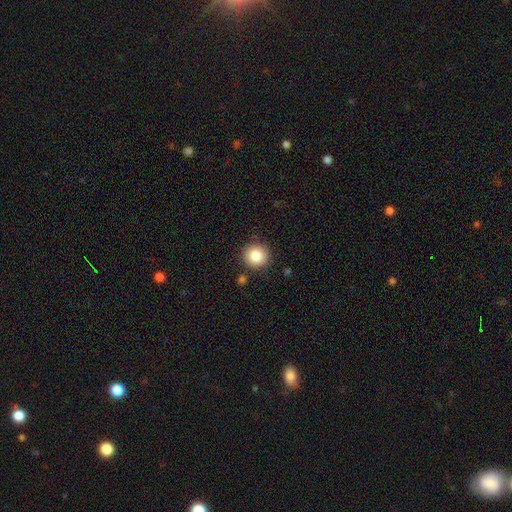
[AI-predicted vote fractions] Overall: smooth (83%). How rounded: round (93%). Merging: none (88%).